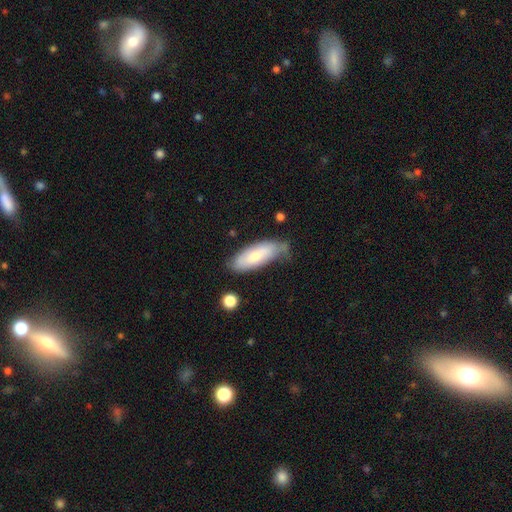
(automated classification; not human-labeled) This appears to be a smooth galaxy with no disk features (68%) that is in between round and cigar-shaped (71%). Merging: none (56%).